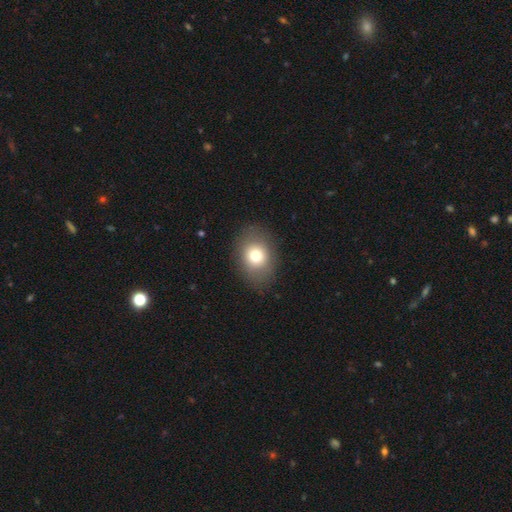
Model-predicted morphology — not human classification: Q: Smooth or featured?
A: smooth (76%); runner-up: featured or disk (14%)
Q: How rounded?
A: in between (63%); runner-up: round (36%)
Q: Merging?
A: none (85%); runner-up: minor disturbance (10%)